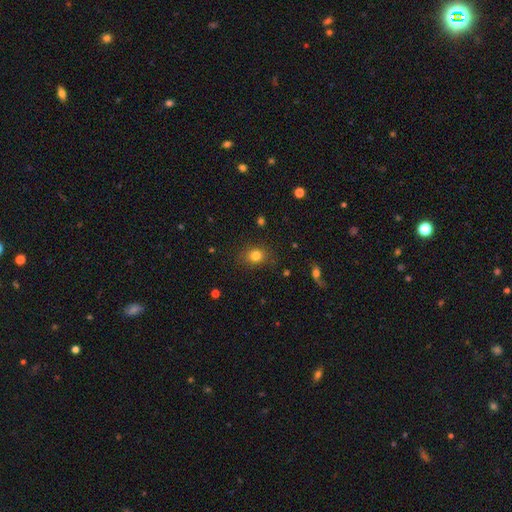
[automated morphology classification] Q: Smooth or featured?
A: smooth (81%); runner-up: star or artifact (13%)
Q: How rounded?
A: round (63%); runner-up: in between (36%)
Q: Merging?
A: none (83%); runner-up: minor disturbance (12%)